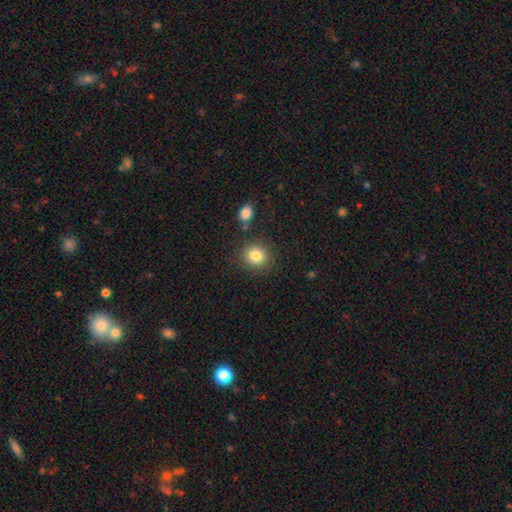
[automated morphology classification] Overall: smooth (83%). How rounded: round (86%). Merging: none (84%).